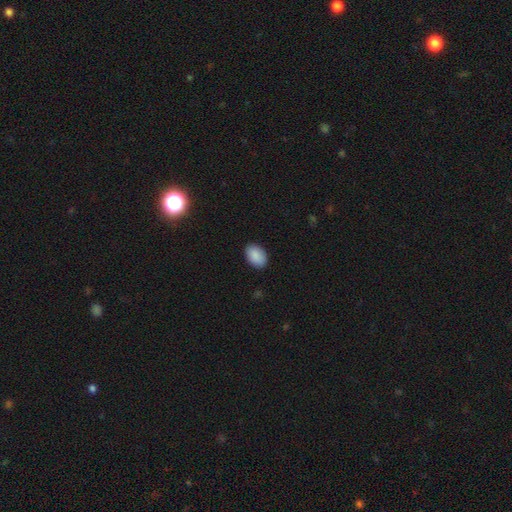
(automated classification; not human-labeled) A smooth galaxy with no disk features (90%) that is in between round and cigar-shaped (87%). Merging: none (89%).